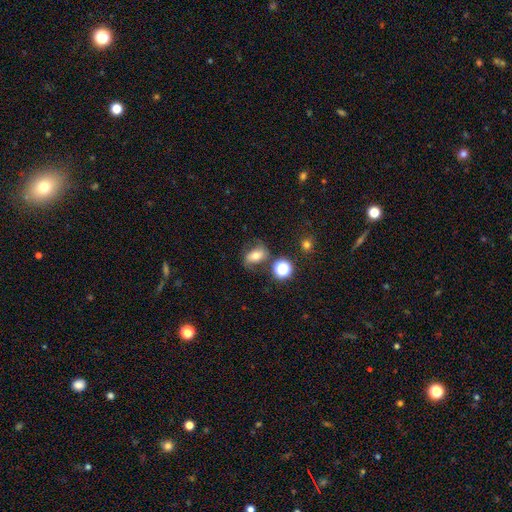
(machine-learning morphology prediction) A smooth galaxy with no disk features (45%).

Vote fractions:
- Smooth or featured? smooth: 45% / featured or disk: 39% / star or artifact: 15%
- Merging? none: 60% / minor disturbance: 20% / major disturbance: 12% / merger: 7%